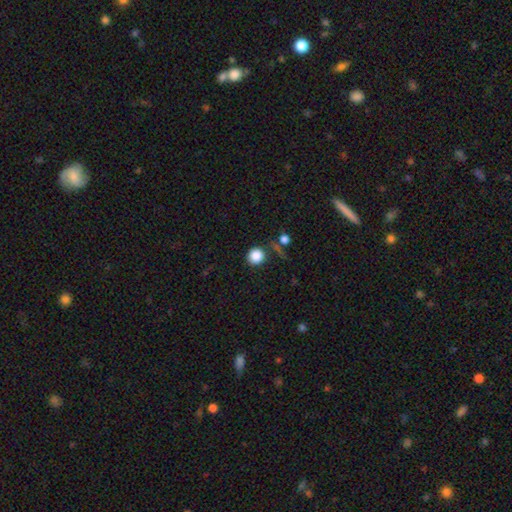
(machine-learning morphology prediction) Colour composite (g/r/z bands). It shows a smooth galaxy with no disk features (85%) that is round (93%). Merging: none (77%).